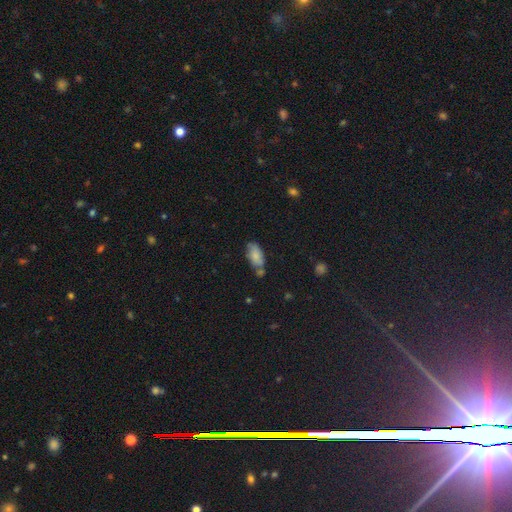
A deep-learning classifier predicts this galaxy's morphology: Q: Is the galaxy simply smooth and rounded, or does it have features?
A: smooth — 76%.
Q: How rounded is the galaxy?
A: in between — 89%.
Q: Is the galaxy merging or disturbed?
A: none — 56%.